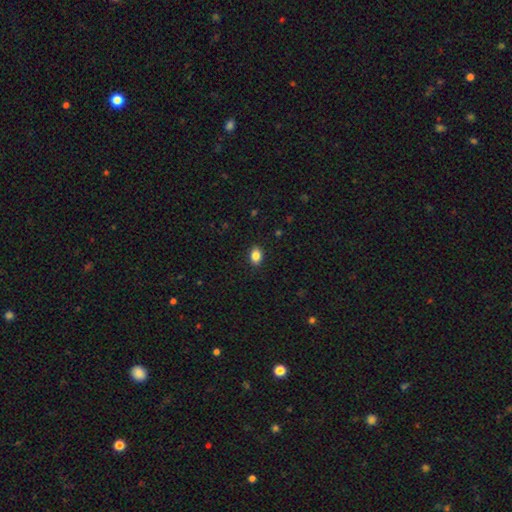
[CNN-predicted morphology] Smooth or featured? smooth (86%)
How rounded? in between (78%)
Merging? none (90%)